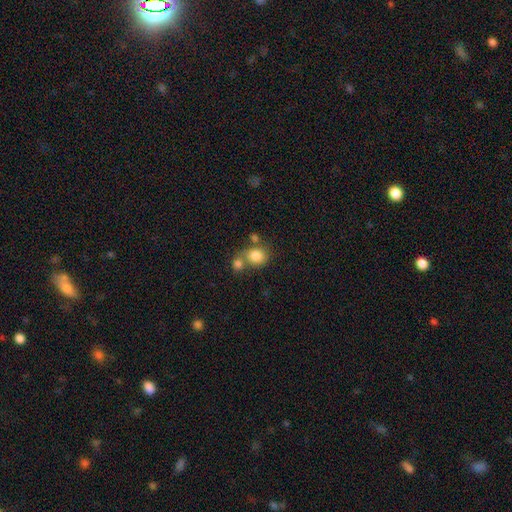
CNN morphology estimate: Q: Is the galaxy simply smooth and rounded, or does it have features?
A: smooth — 82%.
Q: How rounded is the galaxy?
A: round — 65%.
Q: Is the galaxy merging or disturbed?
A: none — 44%.